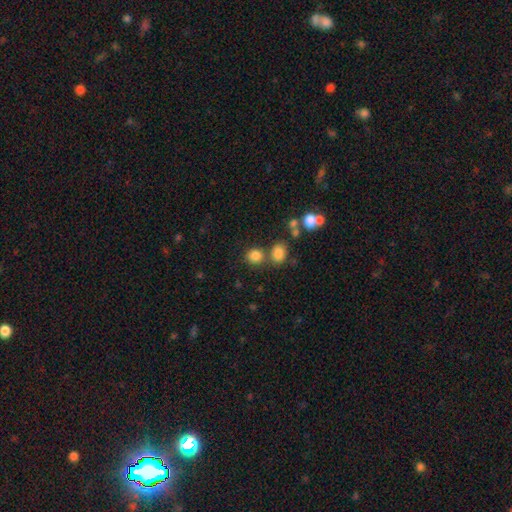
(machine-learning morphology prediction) Smooth or featured? Predicted: smooth (p=0.81). How rounded? Predicted: round (p=0.80). Merging? Predicted: none (p=0.63).